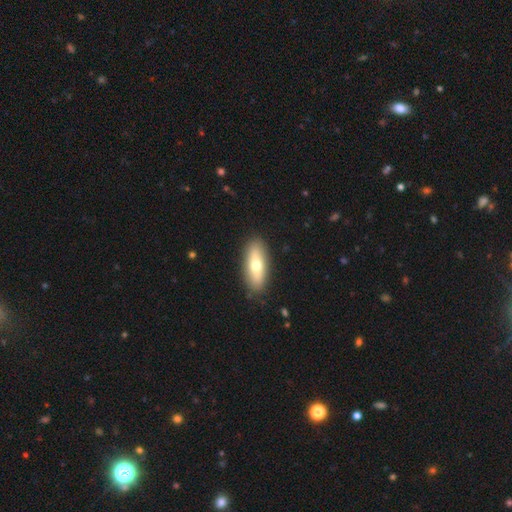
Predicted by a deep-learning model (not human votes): A smooth galaxy with no disk features (63%) that is in between round and cigar-shaped (67%).

Vote fractions:
- Smooth or featured? smooth: 63% / featured or disk: 28% / star or artifact: 10%
- How rounded? in between: 67% / cigar-shaped: 30% / round: 3%
- Merging? none: 87% / minor disturbance: 9% / major disturbance: 2% / merger: 1%